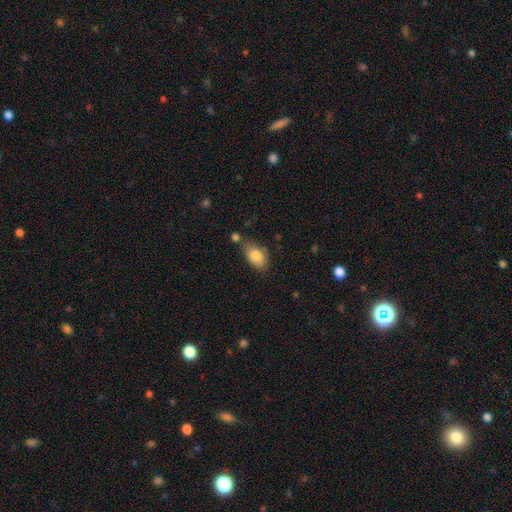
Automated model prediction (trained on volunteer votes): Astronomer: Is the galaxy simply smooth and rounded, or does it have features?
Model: smooth — 84%.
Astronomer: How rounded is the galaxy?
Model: in between — 91%.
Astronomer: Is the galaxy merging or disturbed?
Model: none — 57%.